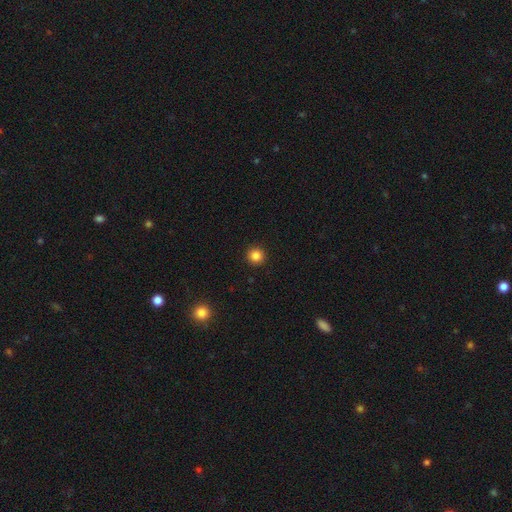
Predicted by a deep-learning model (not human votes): This is clearly a smooth galaxy (85%). How rounded: clearly round (95%). Merging: clearly none (93%).